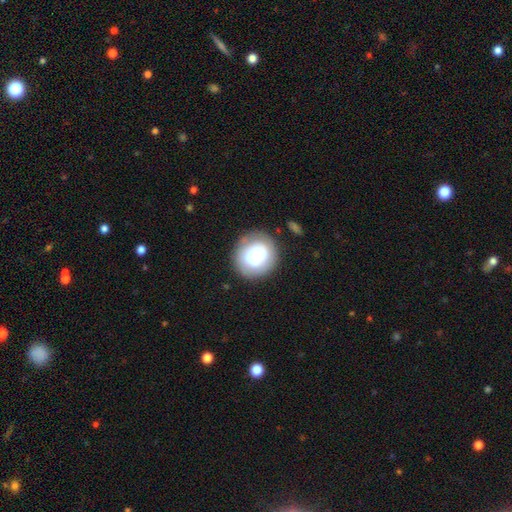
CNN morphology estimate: smooth_or_featured: smooth (p=0.65) [alt: featured or disk p=0.26]
how_rounded: round (p=0.86) [alt: in between p=0.14]
merging: none (p=0.66) [alt: minor disturbance p=0.18]